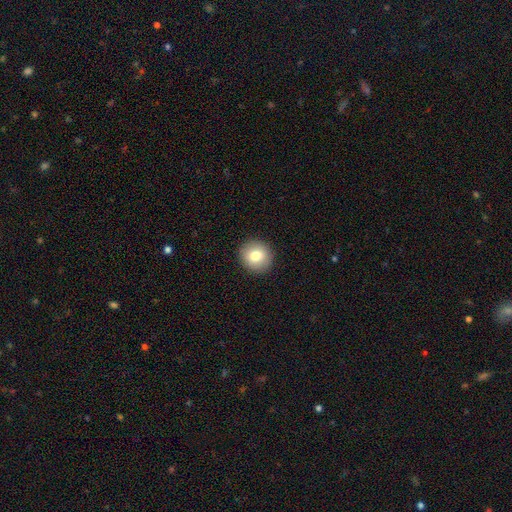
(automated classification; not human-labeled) smooth-or-featured: smooth: 79% | featured or disk: 12% | star or artifact: 9%
  how-rounded: round: 90% | in between: 9% | cigar-shaped: 1%
  merging: none: 92% | minor disturbance: 5% | major disturbance: 2% | merger: 1%